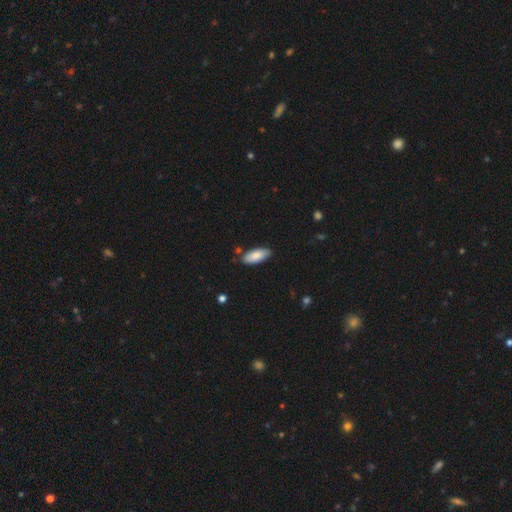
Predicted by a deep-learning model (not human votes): Overall: smooth (84%). How rounded: in between (84%). Merging: none (82%).